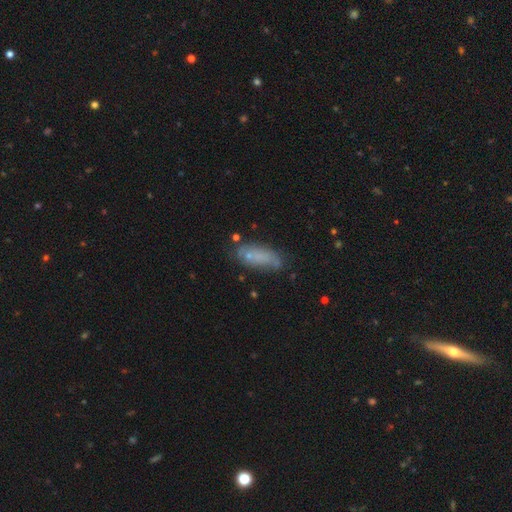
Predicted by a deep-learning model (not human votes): A smooth galaxy with no disk features (61%) that is in between round and cigar-shaped (68%). Merging: none (67%).